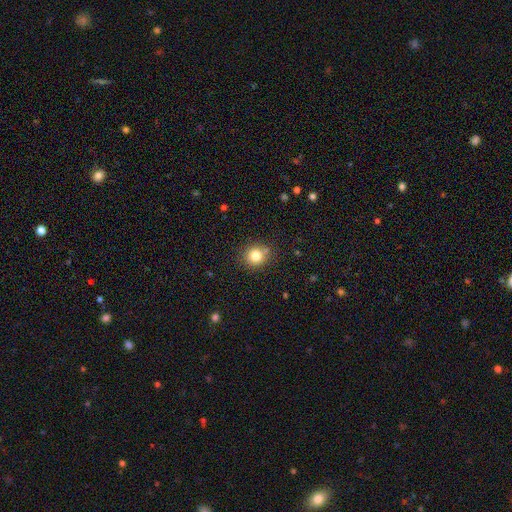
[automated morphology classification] Smooth or featured? smooth (80%)
How rounded? round (88%)
Merging? none (81%)